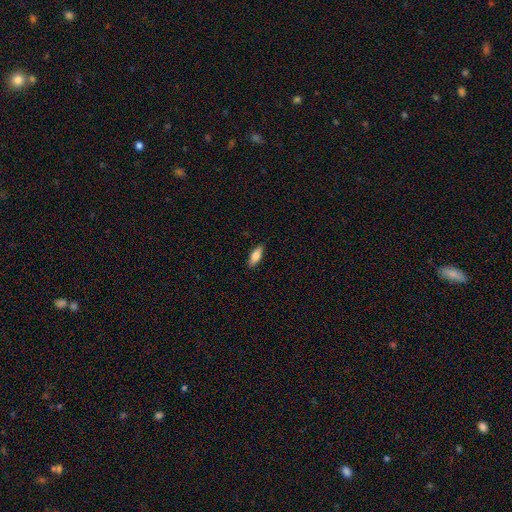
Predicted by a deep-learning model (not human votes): smooth 76%, featured or disk 18%, star or artifact 6%. Down the decision tree: how rounded — in between (67%); merging — none (87%).